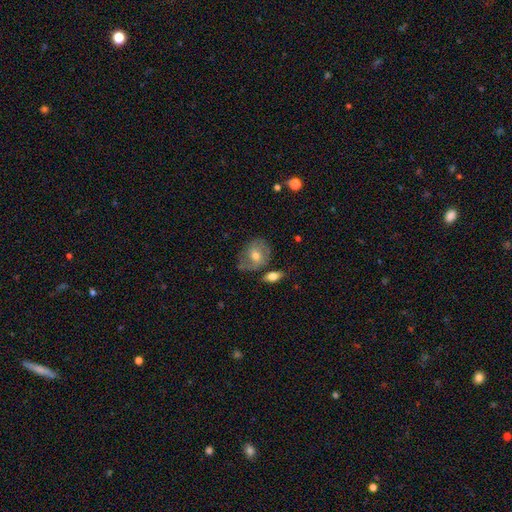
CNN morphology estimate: smooth_or_featured: smooth (p=0.56) [alt: featured or disk p=0.37]
how_rounded: round (p=0.54) [alt: in between p=0.45]
merging: none (p=0.56) [alt: minor disturbance p=0.23]